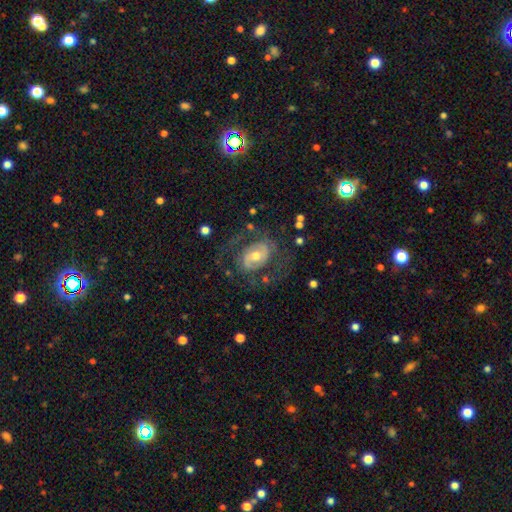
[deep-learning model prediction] A featured or disk galaxy (72%) with no bar (51%), spiral arms (70%) and a moderate central bulge (67%). Merging: none (59%).